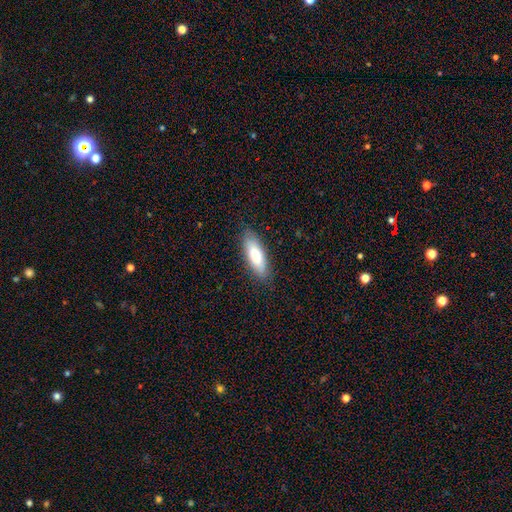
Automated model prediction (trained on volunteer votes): Smooth or featured?
  - smooth: 74% *
  - featured or disk: 20%
  - star or artifact: 6%
How rounded?
  - in between: 64% *
  - cigar-shaped: 35%
  - round: 2%
Merging?
  - none: 86% *
  - minor disturbance: 11%
  - major disturbance: 2%
  - merger: 1%